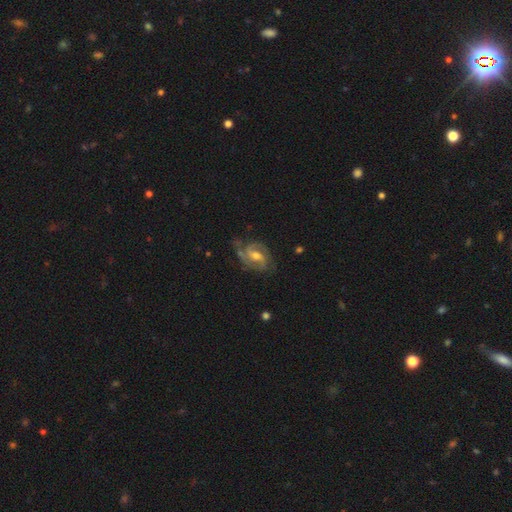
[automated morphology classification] featured or disk 88%, smooth 7%, star or artifact 5%. Down the decision tree: edge-on disk — no (97%); bar — weak (52%); spiral arms — yes (97%); spiral arm count — 2 (61%); spiral winding — medium (50%); bulge size — moderate (65%); merging — none (65%).